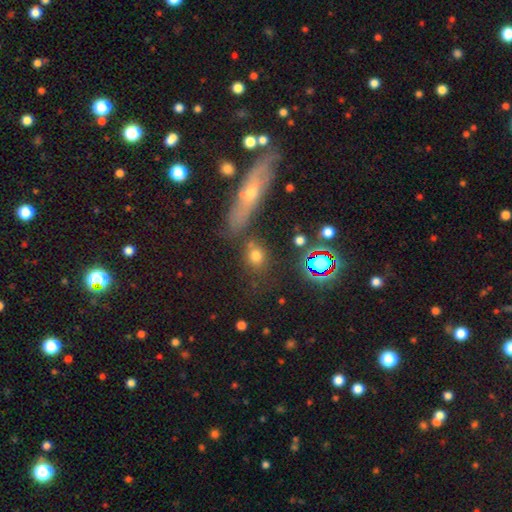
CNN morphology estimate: The model was most divided on "how rounded": round: 59%, in between: 36%, cigar-shaped: 5%. More confident: smooth or featured — smooth (71%); merging — none (65%).